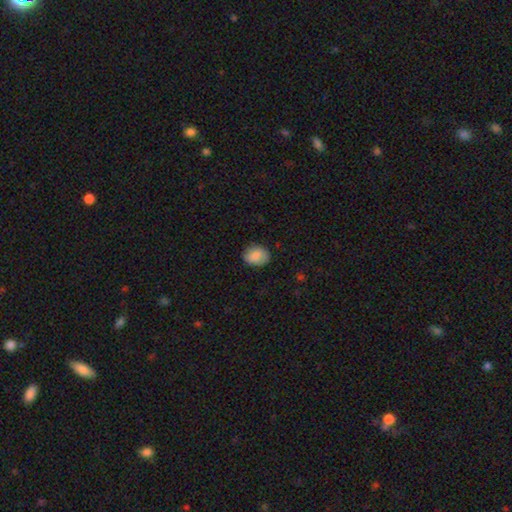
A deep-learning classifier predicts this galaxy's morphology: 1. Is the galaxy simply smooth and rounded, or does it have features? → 83% smooth, 9% featured or disk, 7% star or artifact.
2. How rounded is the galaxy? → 55% in between, 44% round, 1% cigar-shaped.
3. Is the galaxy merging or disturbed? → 80% none, 15% minor disturbance, 3% major disturbance, 1% merger.